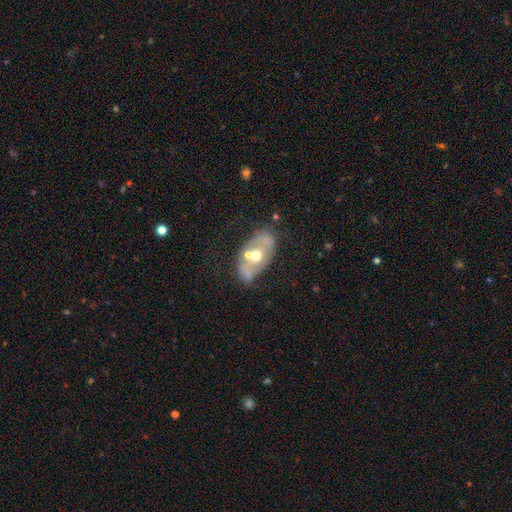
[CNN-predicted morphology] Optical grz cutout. It shows a featured or disk galaxy (60%) with no bar (80%), no spiral arms (75%) and a moderate central bulge (74%). Merging: none (46%).